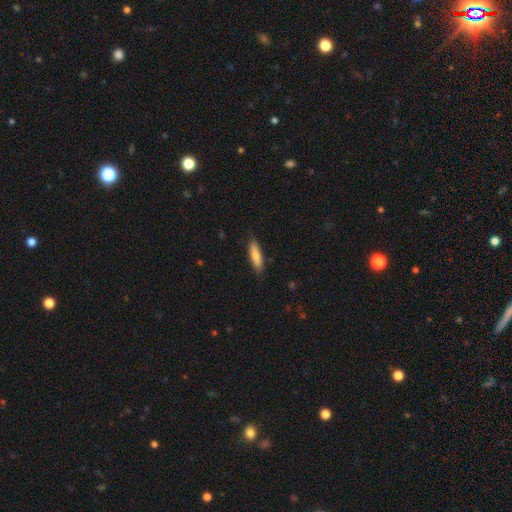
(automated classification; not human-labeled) This appears to be a smooth galaxy with no disk features (81%) that is cigar-shaped (62%). Merging: none (85%).